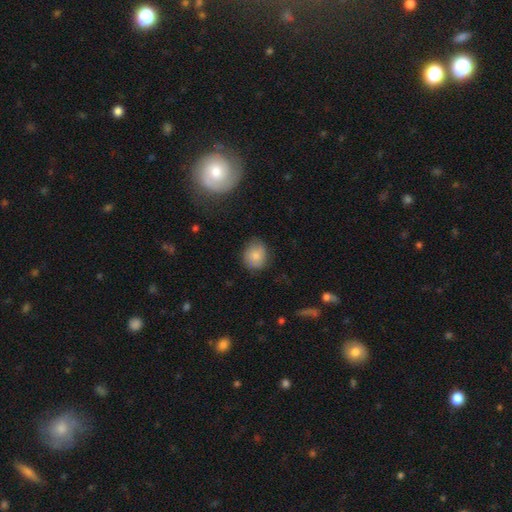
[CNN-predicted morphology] smooth_or_featured: smooth (p=0.78) [alt: featured or disk p=0.14]
how_rounded: round (p=0.66) [alt: in between p=0.33]
merging: none (p=0.74) [alt: minor disturbance p=0.20]